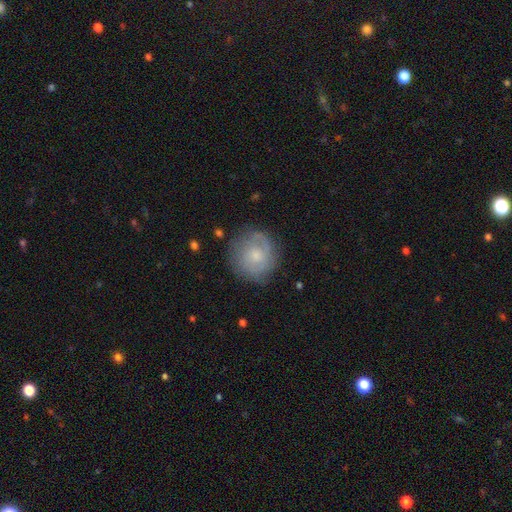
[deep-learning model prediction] Morphology: type=smooth (48%); merging=none (74%).